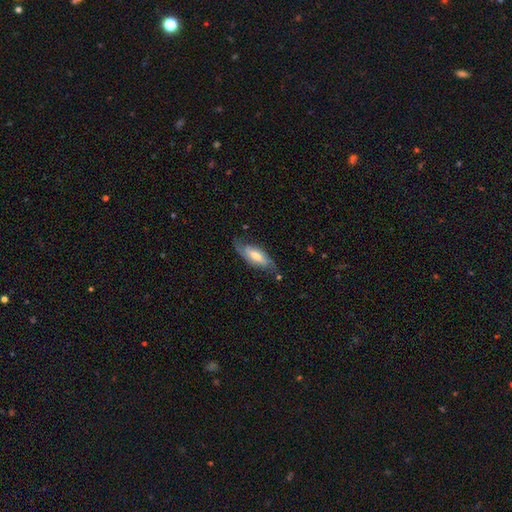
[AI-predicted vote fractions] A featured or disk galaxy (59%).

Vote fractions:
- Smooth or featured? featured or disk: 59% / smooth: 35% / star or artifact: 6%
- Edge-on disk? no: 82% / yes: 18%
- Merging? none: 70% / minor disturbance: 21% / major disturbance: 7% / merger: 2%